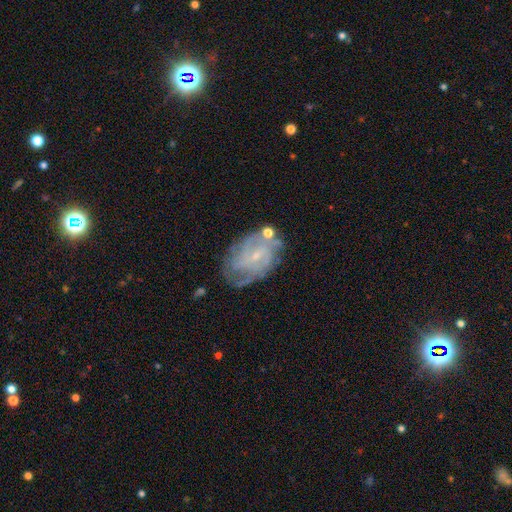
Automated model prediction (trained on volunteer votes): Q: Smooth or featured?
A: featured or disk (76%); runner-up: smooth (15%)
Q: Edge-on disk?
A: no (96%); runner-up: yes (4%)
Q: Bar?
A: no (48%); runner-up: weak (43%)
Q: Spiral arms?
A: yes (88%); runner-up: no (12%)
Q: Spiral winding?
A: tight (51%); runner-up: medium (36%)
Q: Spiral arm count?
A: can't tell (40%); runner-up: 2 (22%)
Q: Bulge size?
A: small (77%); runner-up: moderate (13%)
Q: Merging?
A: none (64%); runner-up: minor disturbance (21%)